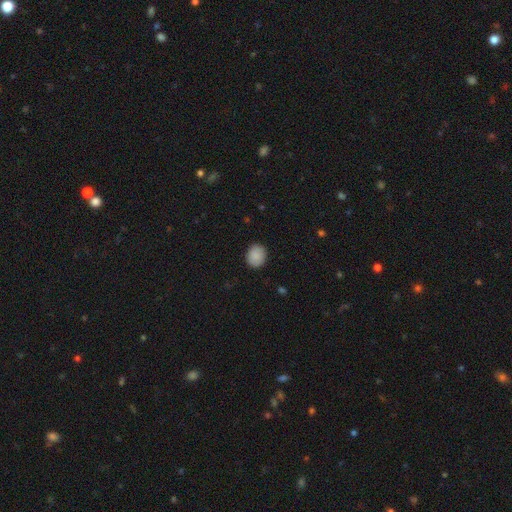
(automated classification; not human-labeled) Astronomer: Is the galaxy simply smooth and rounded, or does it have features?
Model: smooth — 89%.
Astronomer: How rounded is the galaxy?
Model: round — 61% (runner-up: in between, 38%).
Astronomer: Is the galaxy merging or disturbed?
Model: none — 88%.